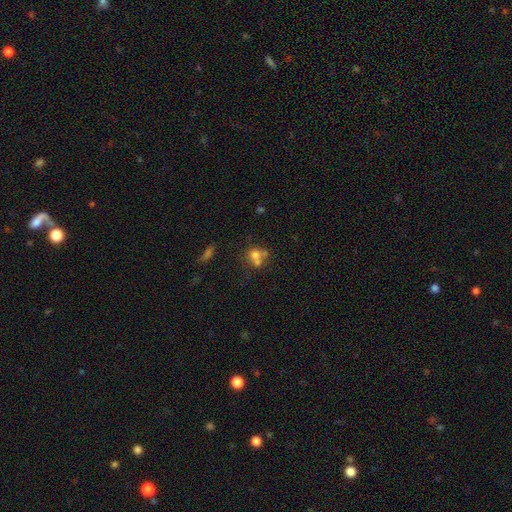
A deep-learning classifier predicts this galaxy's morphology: Overall: smooth (62%; featured or disk 23%). How rounded: round (71%). Merging: merger (53%; none 32%).